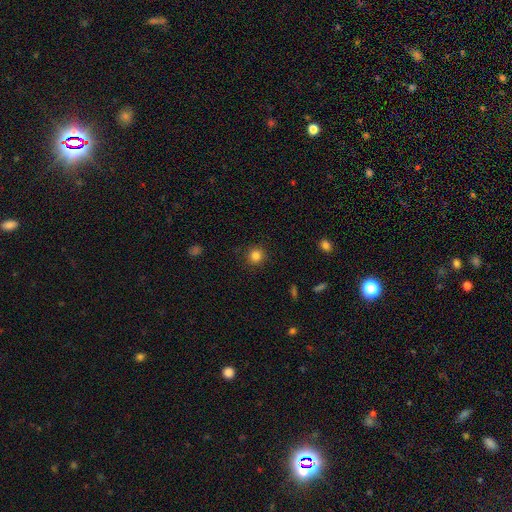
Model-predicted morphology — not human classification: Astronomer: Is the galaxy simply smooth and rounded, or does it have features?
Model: smooth — 84%.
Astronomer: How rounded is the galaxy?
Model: round — 93%.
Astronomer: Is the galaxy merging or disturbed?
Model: none — 90%.